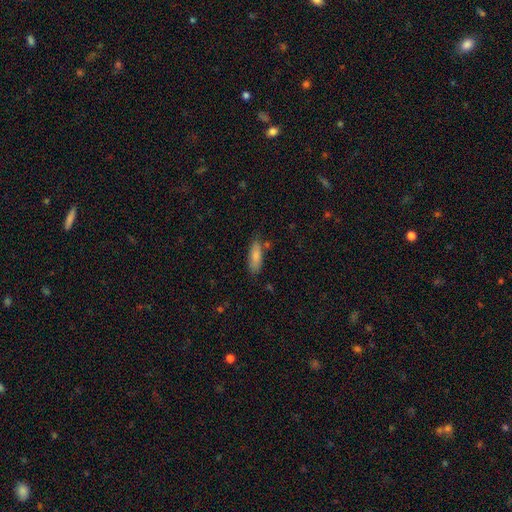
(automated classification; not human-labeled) Overall: smooth (84%). How rounded: in between (61%; cigar-shaped 37%). Merging: none (74%).